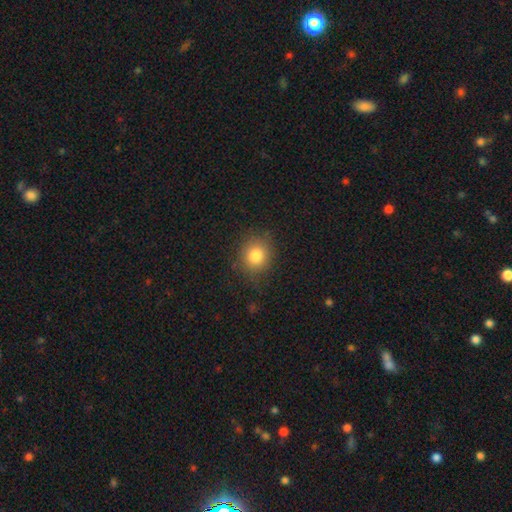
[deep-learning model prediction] Smooth or featured?
  - smooth: 81% *
  - star or artifact: 12%
  - featured or disk: 7%
How rounded?
  - round: 80% *
  - in between: 19%
  - cigar-shaped: 1%
Merging?
  - none: 83% *
  - minor disturbance: 12%
  - major disturbance: 4%
  - merger: 1%